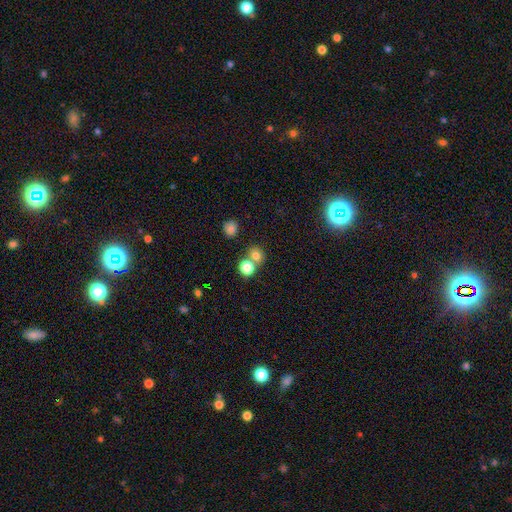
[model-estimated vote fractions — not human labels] smooth_or_featured: smooth (p=0.76) [alt: star or artifact p=0.17]
how_rounded: round (p=0.77) [alt: in between p=0.22]
merging: none (p=0.55) [alt: merger p=0.34]